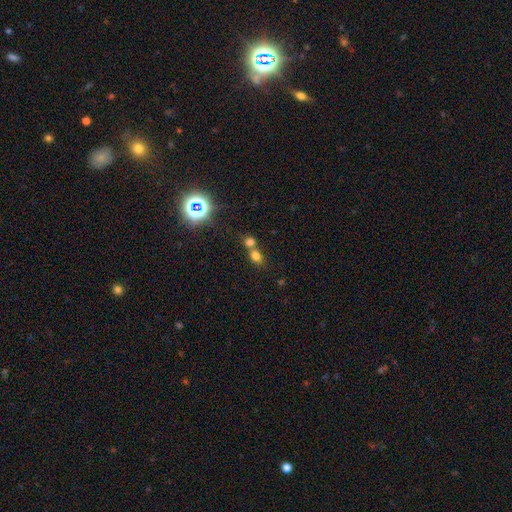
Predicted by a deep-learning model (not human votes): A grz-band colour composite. It shows a smooth galaxy with no disk features (73%) that is in between round and cigar-shaped (54%). Merging: merger (54%).